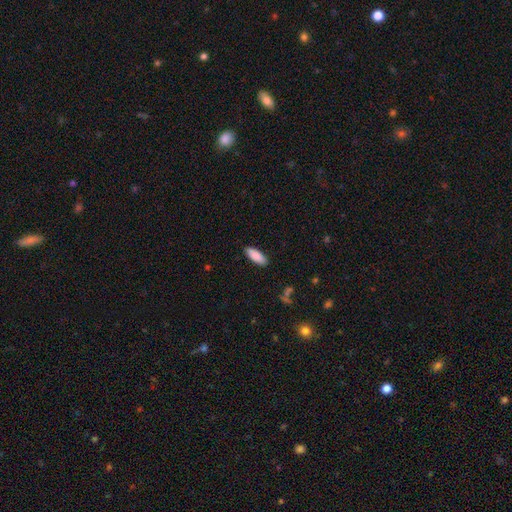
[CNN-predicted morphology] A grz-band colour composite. It shows a smooth galaxy with no disk features (88%) that is in between round and cigar-shaped (71%). Merging: none (88%).